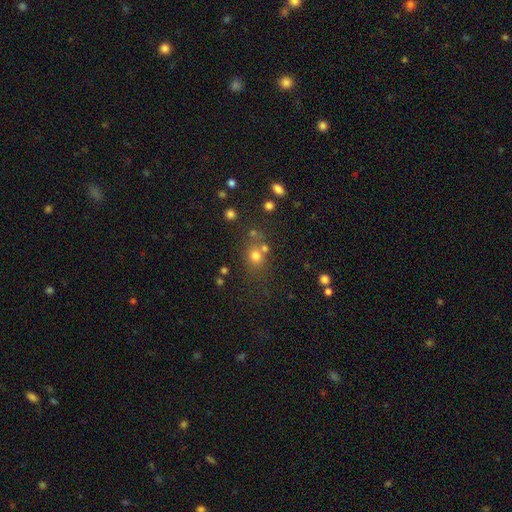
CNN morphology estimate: This appears to be a smooth galaxy with no disk features (69%) that is round (72%). Merging: none (62%).